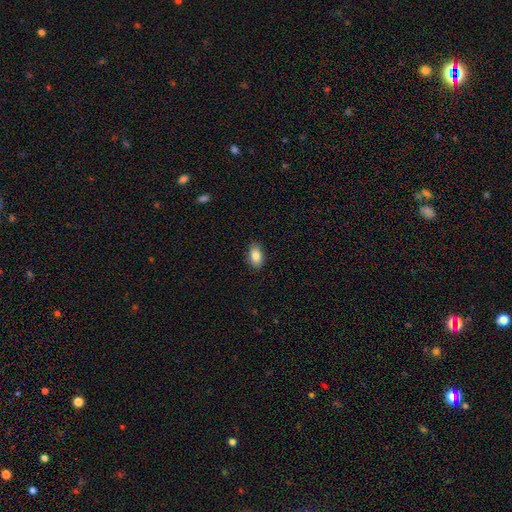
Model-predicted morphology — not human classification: smooth 86%, star or artifact 8%, featured or disk 6%. Down the decision tree: how rounded — in between (90%); merging — none (87%).